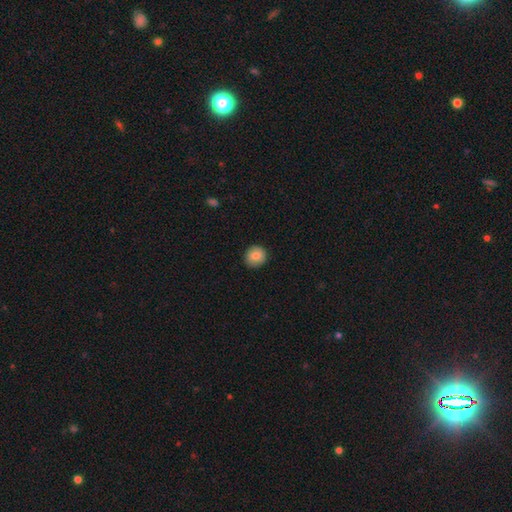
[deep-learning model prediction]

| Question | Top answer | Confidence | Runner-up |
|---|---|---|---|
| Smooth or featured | smooth | 83% | featured or disk (9%) |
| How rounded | round | 89% | in between (10%) |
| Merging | none | 89% | minor disturbance (9%) |